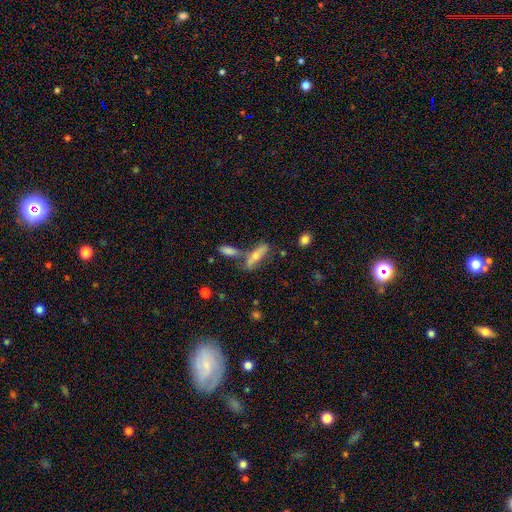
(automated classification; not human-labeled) Smooth or featured? Predicted: smooth (p=0.55). How rounded? Predicted: cigar-shaped (p=0.54). Merging? Predicted: none (p=0.51).